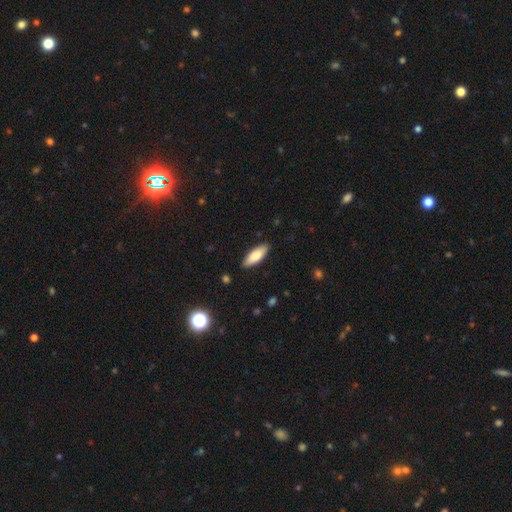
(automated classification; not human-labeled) The model was most divided on "how rounded": in between: 67%, cigar-shaped: 32%, round: 2%. More confident: merging — none (88%); smooth or featured — smooth (80%).